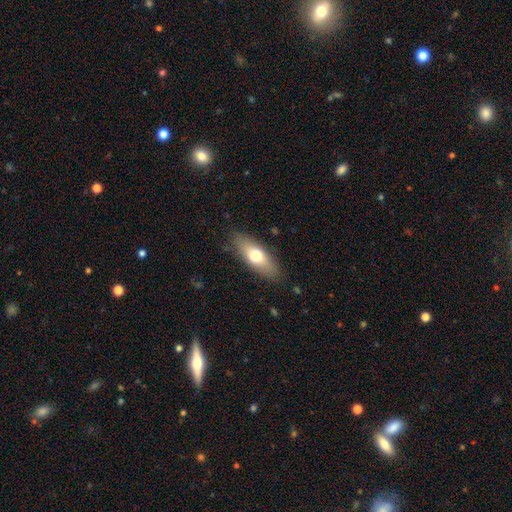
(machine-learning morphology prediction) Smooth or featured? Predicted: smooth (p=0.68). How rounded? Predicted: in between (p=0.71). Merging? Predicted: none (p=0.84).